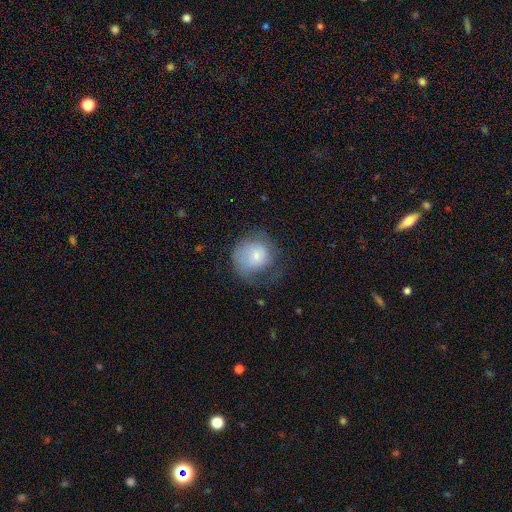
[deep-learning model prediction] A smooth galaxy with no disk features (64%) that is round (83%).

Vote fractions:
- Smooth or featured? smooth: 64% / featured or disk: 28% / star or artifact: 8%
- How rounded? round: 83% / in between: 16% / cigar-shaped: 1%
- Merging? none: 45% / major disturbance: 27% / minor disturbance: 27% / merger: 2%